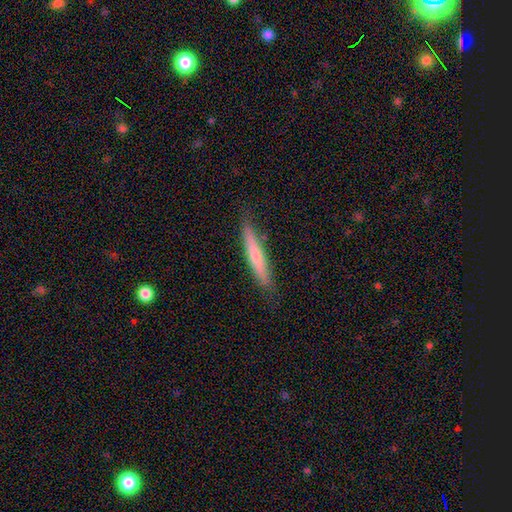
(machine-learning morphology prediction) Overall: smooth (62%; featured or disk 32%). How rounded: cigar-shaped (93%). Merging: none (85%).